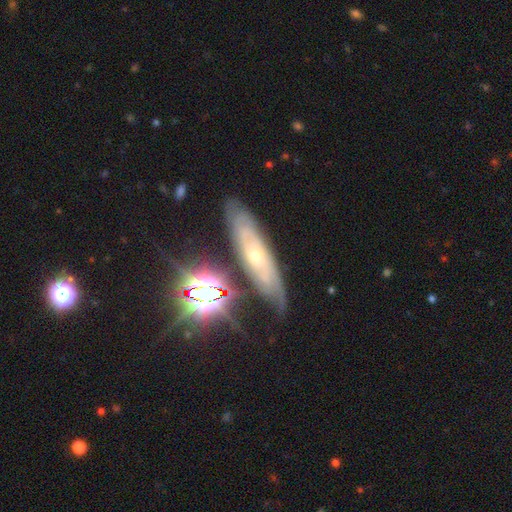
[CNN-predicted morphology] A featured or disk galaxy (67%). Merging: none (76%).